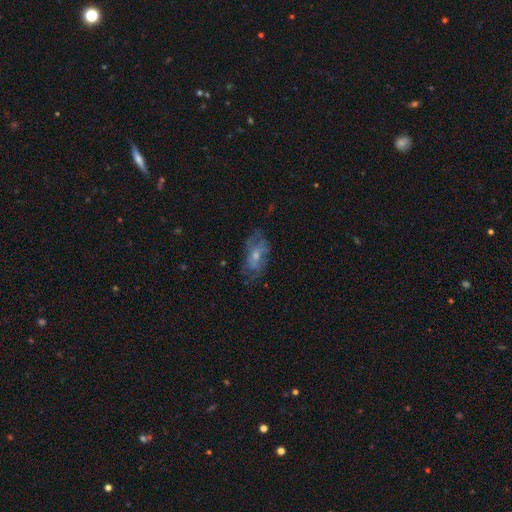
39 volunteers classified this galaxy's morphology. type=featured or disk (49%); edge-on=no (89%); bar=no (65%); spiral arms=yes (76%); winding=medium (54%); arm count=2 (62%); bulge=small (47%); merging=none (49%).